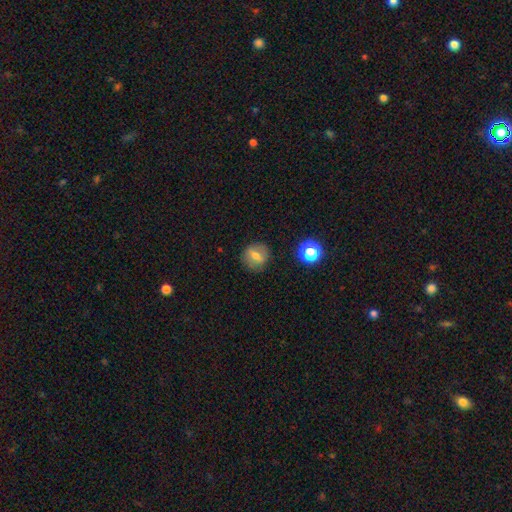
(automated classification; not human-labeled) Q: Smooth or featured?
A: smooth (58%); runner-up: featured or disk (30%)
Q: How rounded?
A: round (78%); runner-up: in between (20%)
Q: Merging?
A: none (85%); runner-up: minor disturbance (10%)